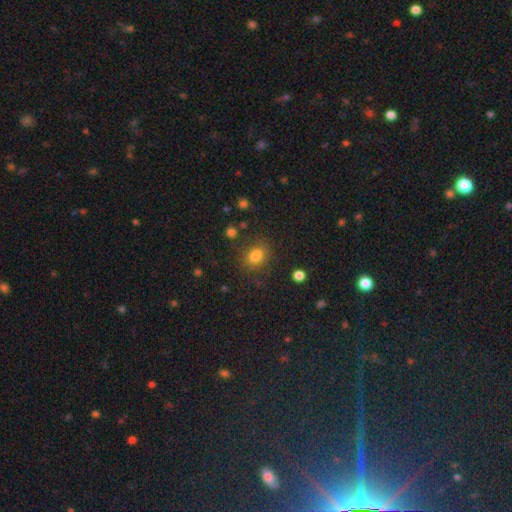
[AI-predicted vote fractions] Smooth or featured: smooth — 80% (star or artifact — 13%)
How rounded: round — 53% (in between — 46%)
Merging: none — 76% (minor disturbance — 14%)